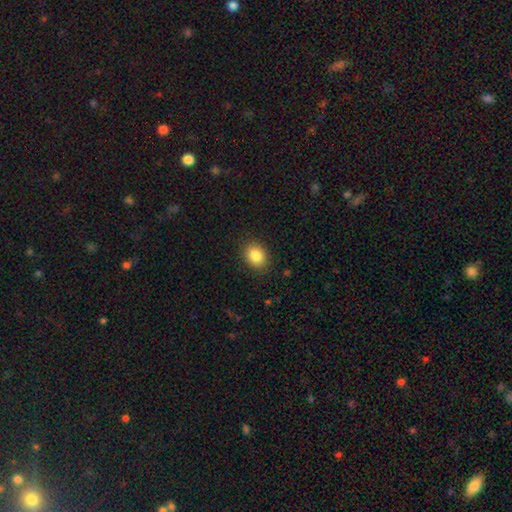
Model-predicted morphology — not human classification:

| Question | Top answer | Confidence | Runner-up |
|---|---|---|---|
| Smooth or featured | smooth | 86% | star or artifact (9%) |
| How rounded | in between | 54% | round (45%) |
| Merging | none | 88% | minor disturbance (9%) |